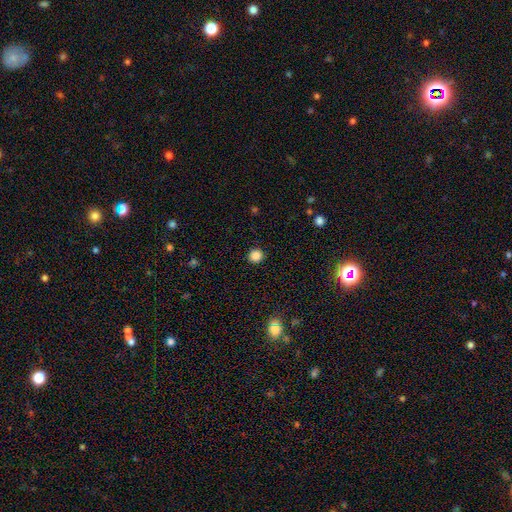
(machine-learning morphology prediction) This appears to be a smooth galaxy with no disk features (85%) that is round (93%). Merging: none (92%).